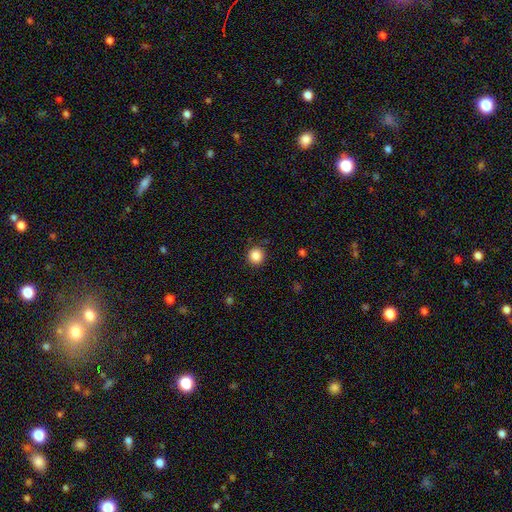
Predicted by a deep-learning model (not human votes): Overall: smooth (85%). How rounded: round (92%). Merging: none (89%).